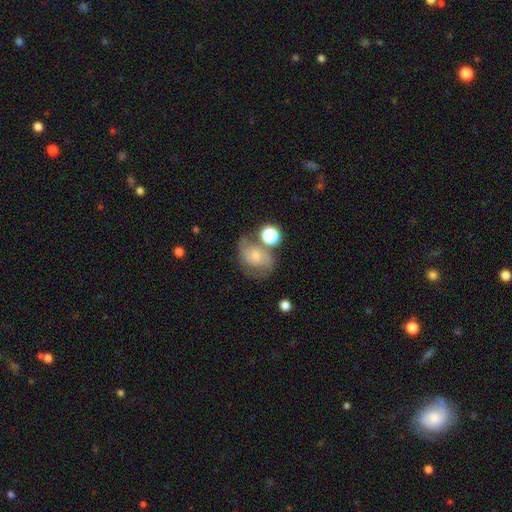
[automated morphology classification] Smooth or featured?
  - featured or disk: 55% *
  - smooth: 35%
  - star or artifact: 11%
Edge-on disk?
  - no: 97% *
  - yes: 3%
Bar?
  - no: 61% *
  - weak: 32%
  - strong: 7%
Spiral arms?
  - yes: 84% *
  - no: 16%
Bulge size?
  - small: 54% *
  - moderate: 33%
  - none: 7%
  - large: 5%
  - dominant: 2%
Merging?
  - none: 51% *
  - minor disturbance: 21%
  - merger: 15%
  - major disturbance: 13%